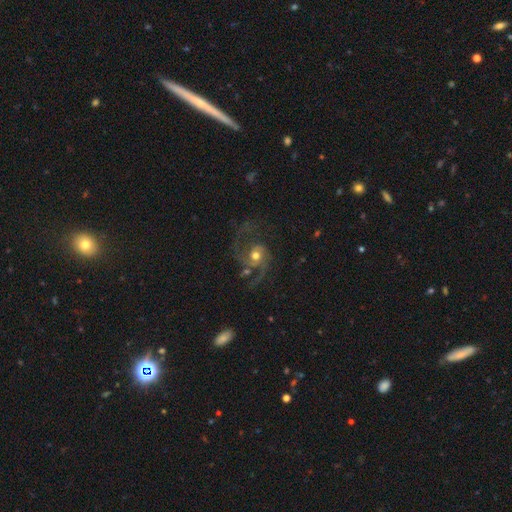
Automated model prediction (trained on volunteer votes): Smooth or featured? featured or disk (84%)
Edge-on disk? no (98%)
Bar? no (71%)
Spiral arms? yes (95%)
Spiral winding? medium (49%)
Spiral arm count? 2 (59%)
Bulge size? moderate (70%)
Merging? none (48%)